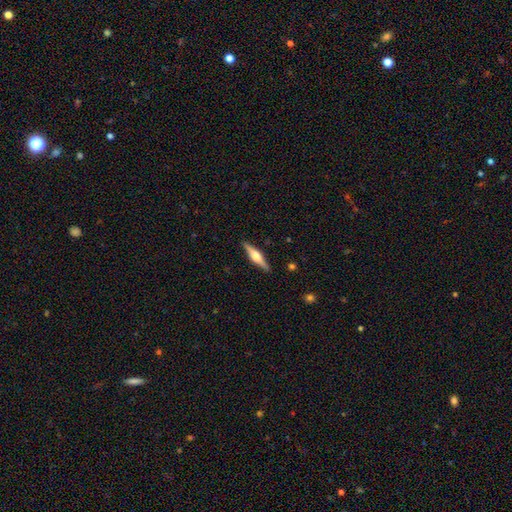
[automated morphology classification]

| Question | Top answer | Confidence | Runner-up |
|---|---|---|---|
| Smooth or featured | featured or disk | 67% | smooth (28%) |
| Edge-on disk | yes | 97% | no (3%) |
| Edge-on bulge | rounded | 90% | boxy (8%) |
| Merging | none | 91% | minor disturbance (7%) |